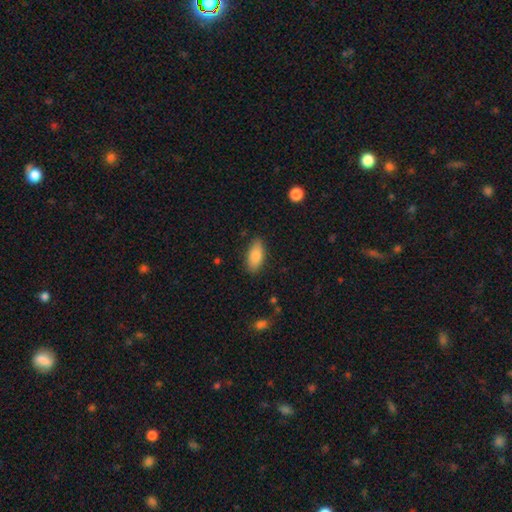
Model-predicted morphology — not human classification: Q: Smooth or featured?
A: smooth (86%); runner-up: featured or disk (7%)
Q: How rounded?
A: in between (87%); runner-up: cigar-shaped (11%)
Q: Merging?
A: none (84%); runner-up: minor disturbance (12%)